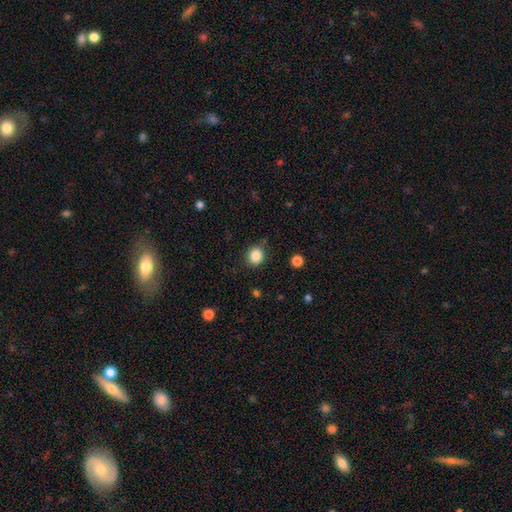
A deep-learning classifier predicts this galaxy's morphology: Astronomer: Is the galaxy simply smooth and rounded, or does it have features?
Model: smooth — 86%.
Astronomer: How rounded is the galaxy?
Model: round — 71%.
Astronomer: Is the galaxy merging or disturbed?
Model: none — 82%.